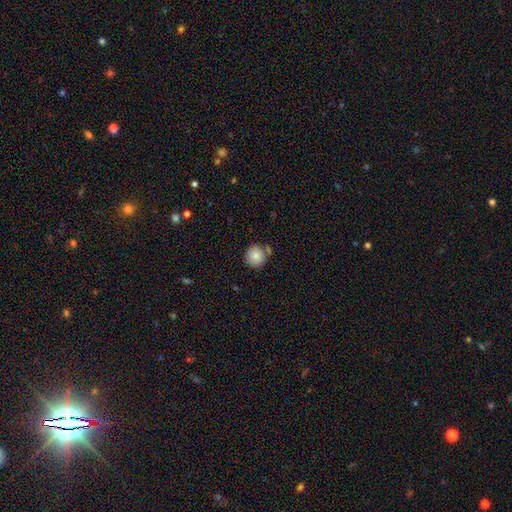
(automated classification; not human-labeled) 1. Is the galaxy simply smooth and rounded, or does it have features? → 86% smooth, 8% star or artifact, 6% featured or disk.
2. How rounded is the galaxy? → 91% round, 8% in between, 1% cigar-shaped.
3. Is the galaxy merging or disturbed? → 73% none, 12% minor disturbance, 12% merger, 3% major disturbance.